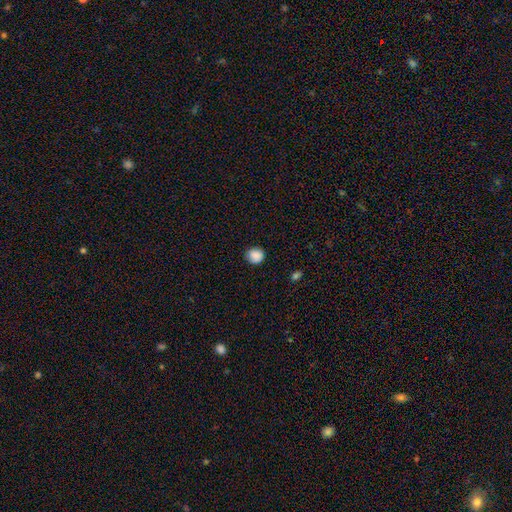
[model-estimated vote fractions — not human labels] This is clearly a smooth galaxy (88%). How rounded: clearly round (88%). Merging: clearly none (85%).